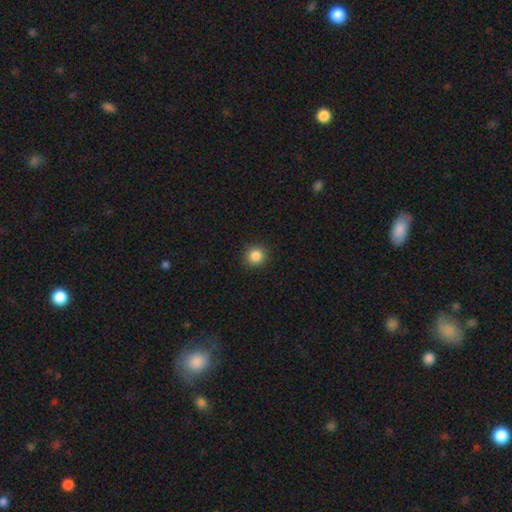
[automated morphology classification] A smooth galaxy with no disk features (86%) that is round (93%).

Vote fractions:
- Smooth or featured? smooth: 86% / star or artifact: 11% / featured or disk: 4%
- How rounded? round: 93% / in between: 6% / cigar-shaped: 1%
- Merging? none: 92% / minor disturbance: 6% / major disturbance: 2% / merger: 1%